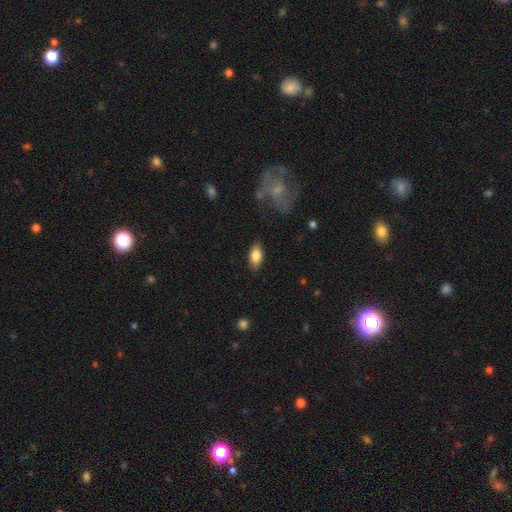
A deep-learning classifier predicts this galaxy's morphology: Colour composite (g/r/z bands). It shows a smooth galaxy with no disk features (81%) that is in between round and cigar-shaped (89%). Merging: none (87%).